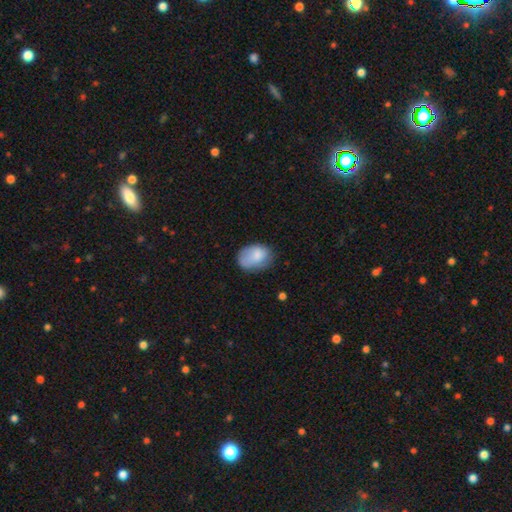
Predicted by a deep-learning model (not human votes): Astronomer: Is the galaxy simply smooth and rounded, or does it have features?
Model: smooth — 77%.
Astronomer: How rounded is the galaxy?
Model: in between — 74%.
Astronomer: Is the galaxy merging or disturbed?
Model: none — 55% (runner-up: minor disturbance, 31%).